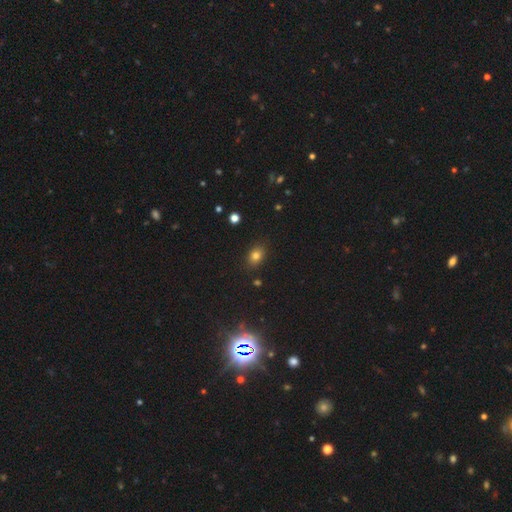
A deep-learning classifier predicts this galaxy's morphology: Smooth or featured? smooth (78%)
How rounded? in between (65%)
Merging? none (84%)